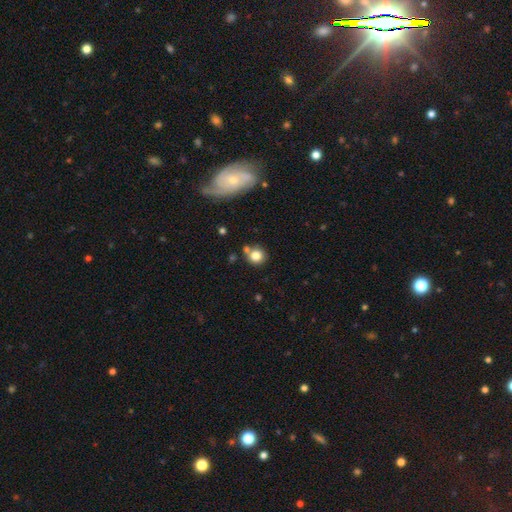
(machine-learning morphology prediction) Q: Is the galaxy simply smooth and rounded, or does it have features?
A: smooth — 80%.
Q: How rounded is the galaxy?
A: round — 87%.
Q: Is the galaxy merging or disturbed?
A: none — 68%.